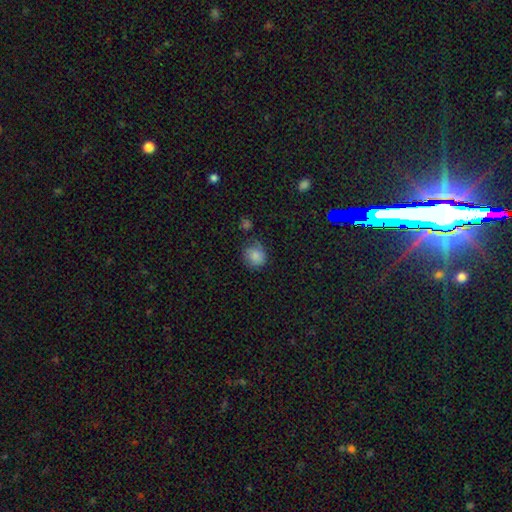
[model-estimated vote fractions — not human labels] smooth 77%, featured or disk 12%, star or artifact 10%. Down the decision tree: how rounded — round (80%); merging — none (61%).